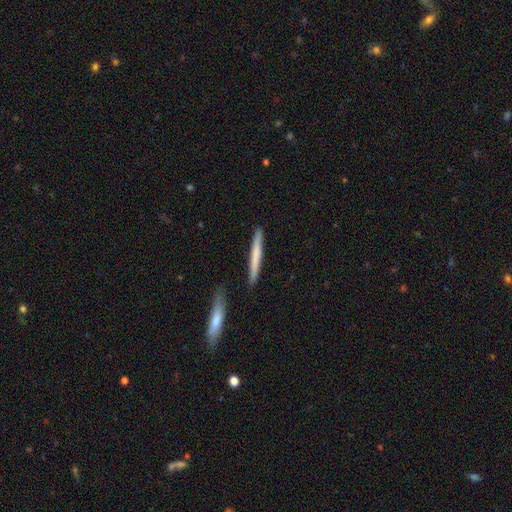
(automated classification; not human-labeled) A smooth galaxy with no disk features (66%) that is cigar-shaped (96%). Merging: none (88%).